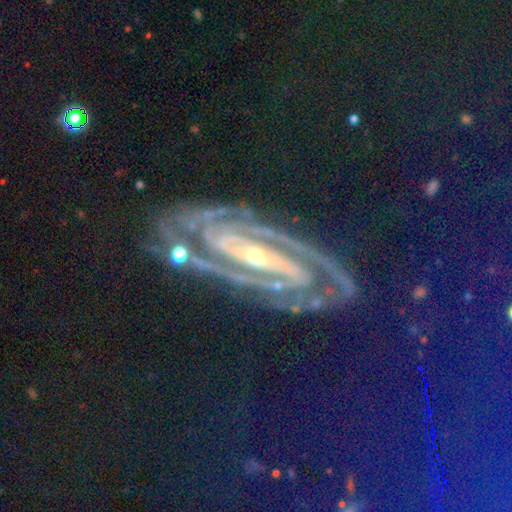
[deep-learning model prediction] Smooth or featured?
  - star or artifact: 46% *
  - featured or disk: 33%
  - smooth: 21%